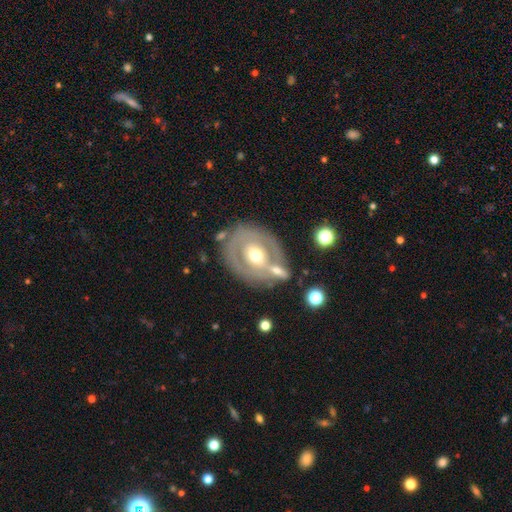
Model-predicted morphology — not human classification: smooth-or-featured: featured or disk: 64% | smooth: 30% | star or artifact: 6%
  disk-edge-on: no: 94% | yes: 6%
    bar: no: 66% | weak: 23% | strong: 11%
    has-spiral-arms: no: 72% | yes: 28%
    bulge-size: moderate: 72% | small: 15% | large: 10% | dominant: 1% | none: 1%
  merging: none: 61% | minor disturbance: 16% | merger: 15% | major disturbance: 8%